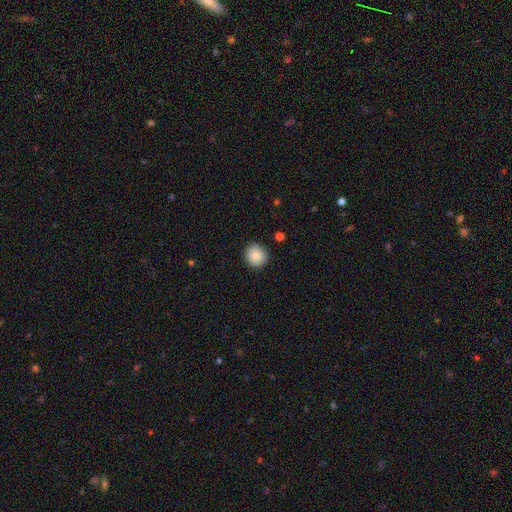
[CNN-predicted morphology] Smooth or featured? smooth (86%)
How rounded? round (91%)
Merging? none (90%)